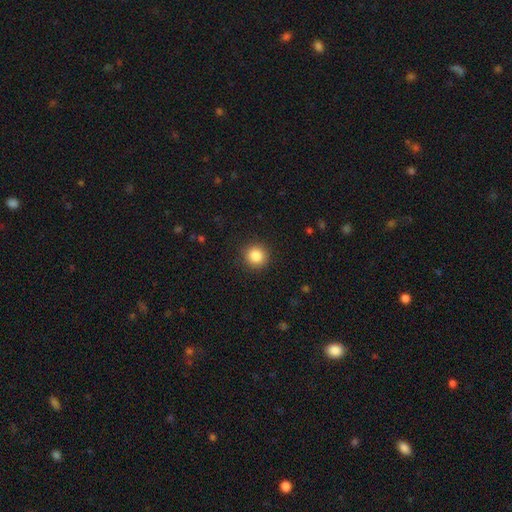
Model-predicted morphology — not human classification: Smooth or featured? smooth (87%)
How rounded? round (93%)
Merging? none (90%)